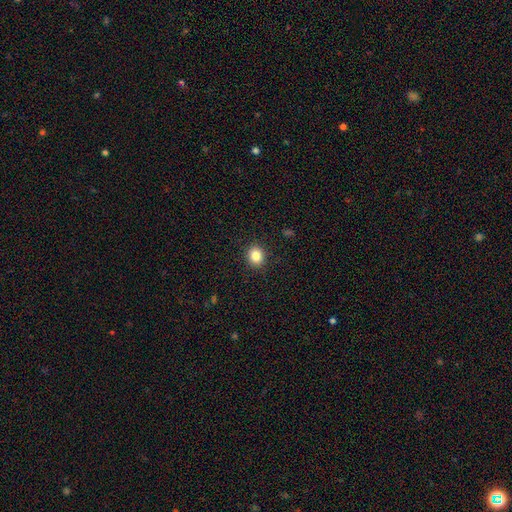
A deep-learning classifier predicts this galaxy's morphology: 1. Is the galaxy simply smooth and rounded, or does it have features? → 84% smooth, 10% star or artifact, 6% featured or disk.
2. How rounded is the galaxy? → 77% round, 22% in between, 1% cigar-shaped.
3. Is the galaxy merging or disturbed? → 91% none, 6% minor disturbance, 2% major disturbance, 1% merger.